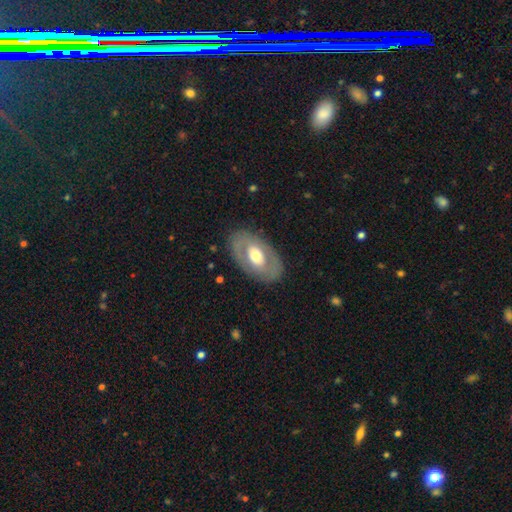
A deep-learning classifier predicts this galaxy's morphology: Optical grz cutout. It shows a featured or disk galaxy (54%). Merging: none (82%).